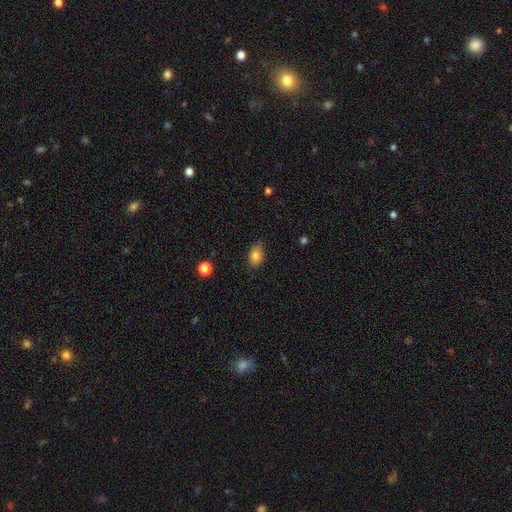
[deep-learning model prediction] smooth-or-featured: smooth: 83% | star or artifact: 9% | featured or disk: 8%
  how-rounded: in between: 78% | round: 21% | cigar-shaped: 1%
  merging: none: 81% | minor disturbance: 16% | major disturbance: 3% | merger: 1%